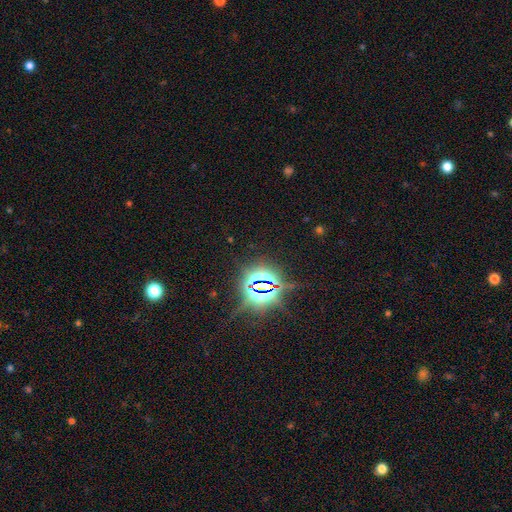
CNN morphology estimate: Smooth or featured? Predicted: star or artifact (p=0.84).